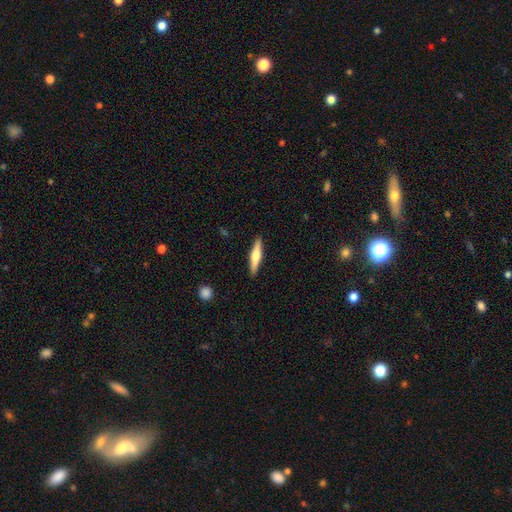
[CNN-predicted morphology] smooth_or_featured: featured or disk (p=0.52) [alt: smooth p=0.43]
disk_edge_on: yes (p=0.96) [alt: no p=0.04]
merging: none (p=0.91) [alt: minor disturbance p=0.07]